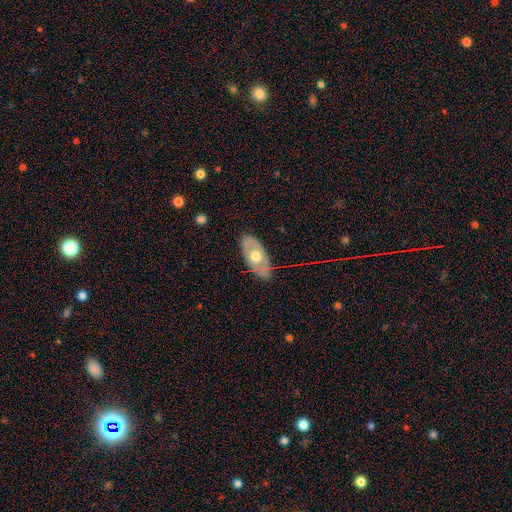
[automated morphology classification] smooth_or_featured: featured or disk (p=0.51) [alt: smooth p=0.43]
disk_edge_on: no (p=0.80) [alt: yes p=0.20]
merging: none (p=0.79) [alt: minor disturbance p=0.16]